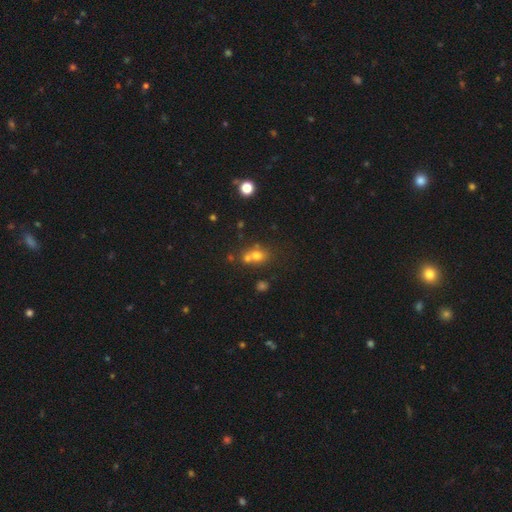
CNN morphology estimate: Smooth or featured? Predicted: smooth (p=0.61). How rounded? Predicted: round (p=0.63). Merging? Predicted: none (p=0.44).